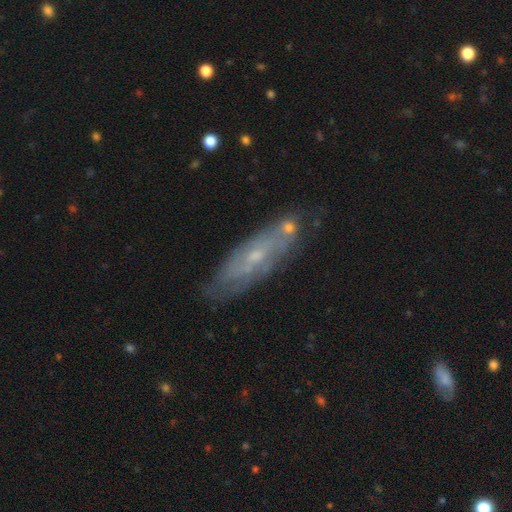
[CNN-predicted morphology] This appears to be a featured or disk galaxy (68%) with no bar (61%), spiral arms (74%) and a small central bulge (71%). Merging: none (70%).